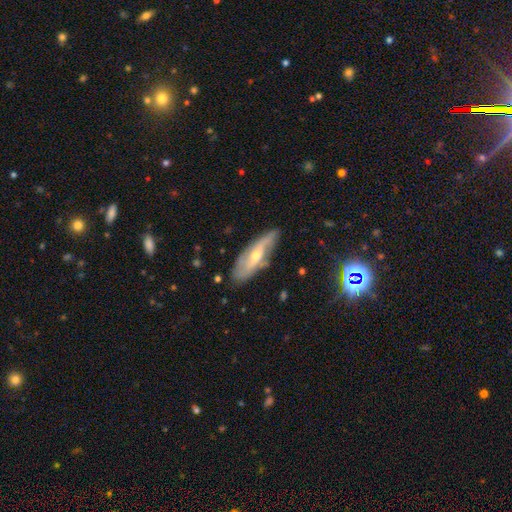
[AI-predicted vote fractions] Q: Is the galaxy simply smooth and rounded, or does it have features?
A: featured or disk — 68%.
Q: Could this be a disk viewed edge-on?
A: no — 70%.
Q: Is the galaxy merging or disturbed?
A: none — 73%.